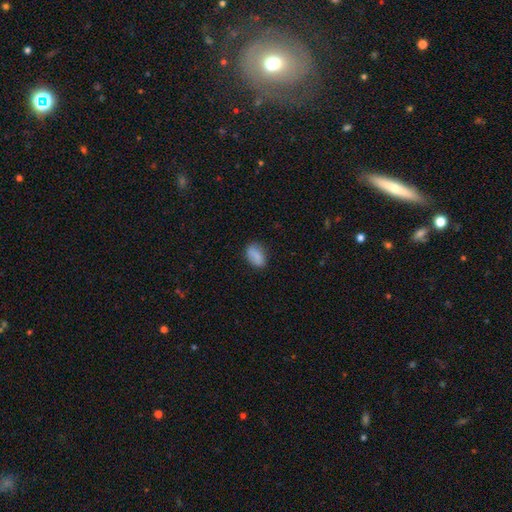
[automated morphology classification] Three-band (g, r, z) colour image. It shows a smooth galaxy with no disk features (83%) that is in between round and cigar-shaped (88%). Merging: none (78%).